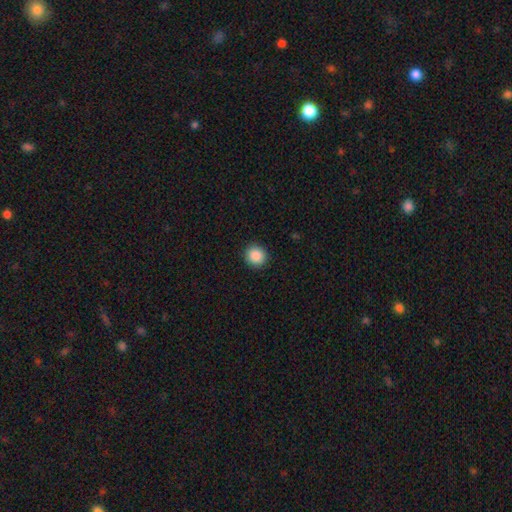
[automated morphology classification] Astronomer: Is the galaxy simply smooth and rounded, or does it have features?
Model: smooth — 88%.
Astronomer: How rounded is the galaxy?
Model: round — 92%.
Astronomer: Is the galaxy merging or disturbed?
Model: none — 92%.